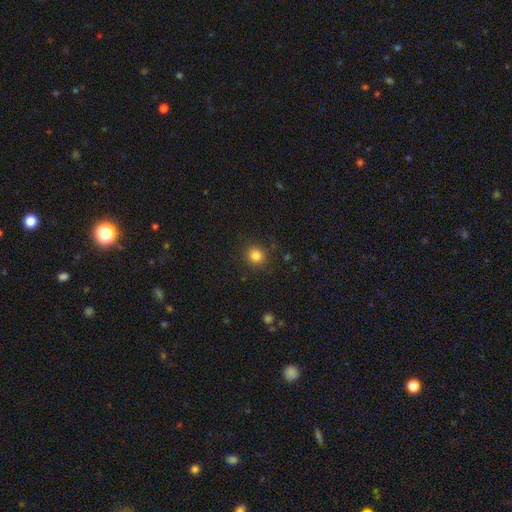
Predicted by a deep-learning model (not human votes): smooth 82%, star or artifact 12%, featured or disk 5%. Down the decision tree: how rounded — round (88%); merging — none (90%).